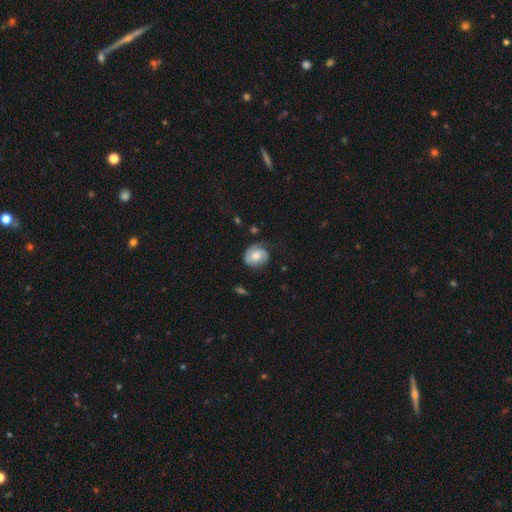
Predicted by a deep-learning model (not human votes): Smooth or featured? Predicted: featured or disk (p=0.48). Merging? Predicted: none (p=0.67).